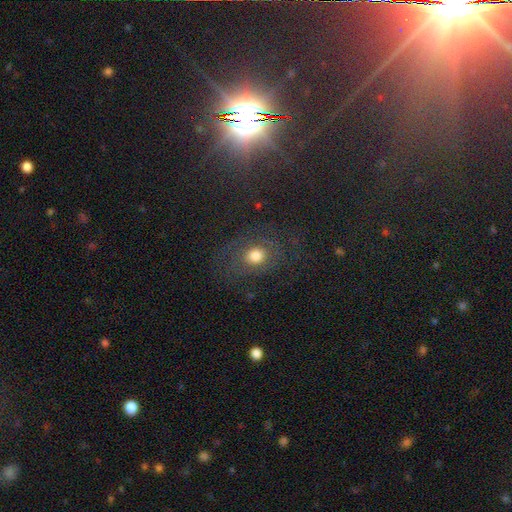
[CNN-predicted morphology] Smooth or featured: smooth — 55% (featured or disk — 28%)
How rounded: round — 55% (in between — 43%)
Merging: none — 73% (minor disturbance — 14%)